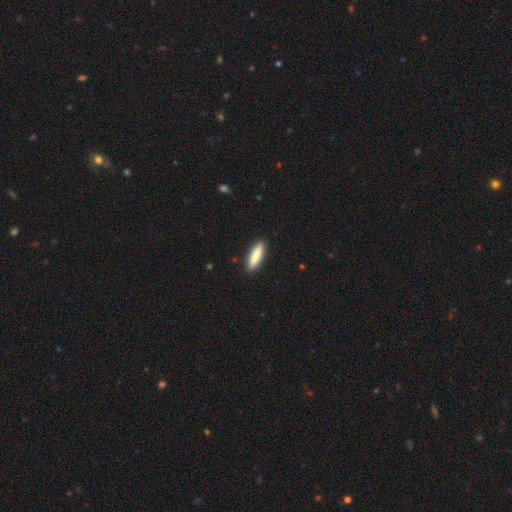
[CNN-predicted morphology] type=smooth (86%); roundness=cigar-shaped (70%); merging=none (90%).